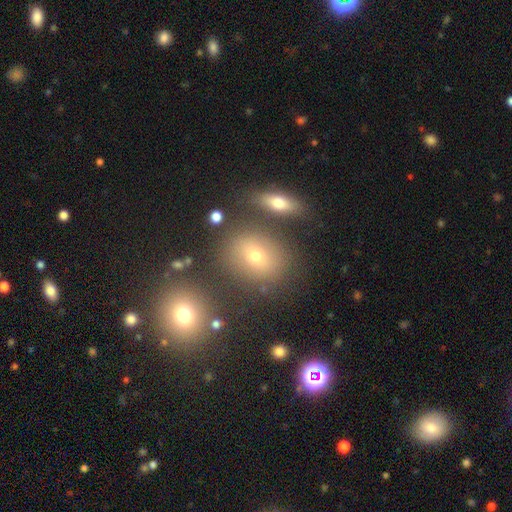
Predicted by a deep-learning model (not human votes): This appears to be a smooth galaxy with no disk features (67%) that is round (53%). Merging: none (74%).